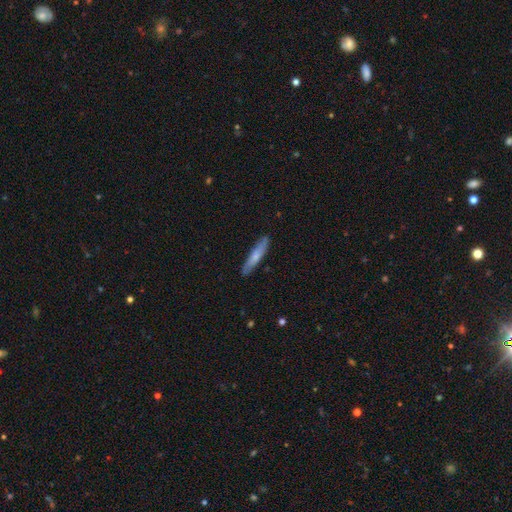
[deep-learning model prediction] Smooth or featured? Predicted: smooth (p=0.63). How rounded? Predicted: cigar-shaped (p=0.88). Merging? Predicted: none (p=0.86).